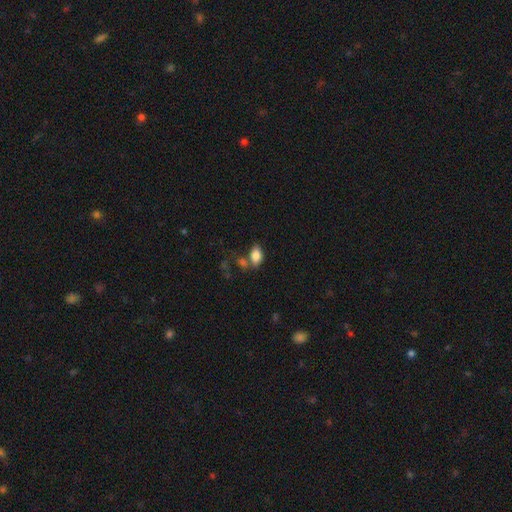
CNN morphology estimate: smooth-or-featured: smooth: 83% | featured or disk: 9% | star or artifact: 9%
  how-rounded: in between: 89% | round: 9% | cigar-shaped: 2%
  merging: none: 52% | merger: 22% | minor disturbance: 18% | major disturbance: 8%